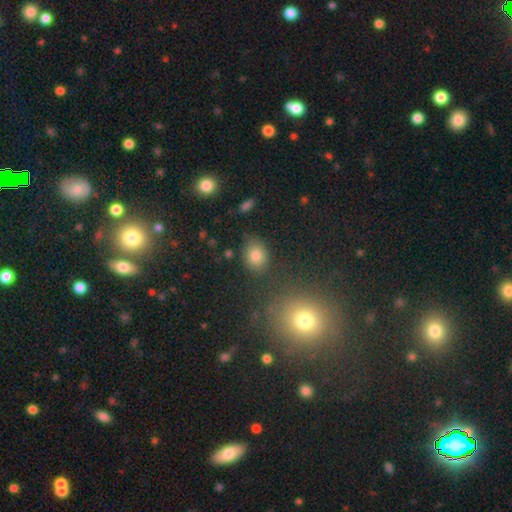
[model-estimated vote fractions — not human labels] The model was most divided on "how rounded": in between: 51%, round: 48%, cigar-shaped: 1%. More confident: merging — none (85%); smooth or featured — smooth (78%).